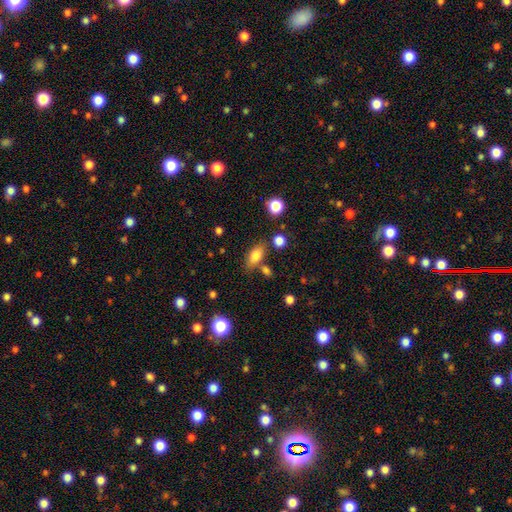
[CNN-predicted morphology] smooth_or_featured: smooth (p=0.81) [alt: featured or disk p=0.10]
how_rounded: in between (p=0.85) [alt: round p=0.08]
merging: none (p=0.71) [alt: minor disturbance p=0.15]